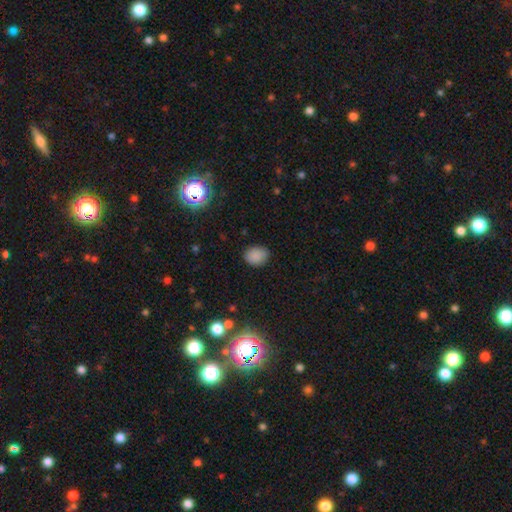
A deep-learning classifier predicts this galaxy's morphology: Smooth or featured?
  - smooth: 85% *
  - star or artifact: 11%
  - featured or disk: 4%
How rounded?
  - round: 51% *
  - in between: 48%
  - cigar-shaped: 1%
Merging?
  - none: 82% *
  - minor disturbance: 14%
  - major disturbance: 3%
  - merger: 1%